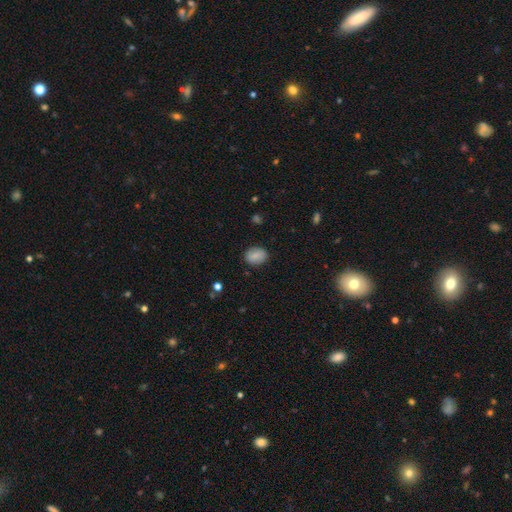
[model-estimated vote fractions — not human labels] Smooth or featured? Predicted: smooth (p=0.83). How rounded? Predicted: in between (p=0.64). Merging? Predicted: none (p=0.85).